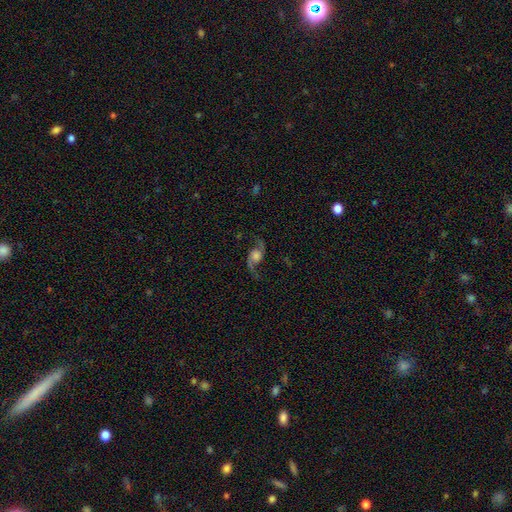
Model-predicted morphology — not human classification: This appears to be a featured or disk galaxy (86%) with no bar (72%), 2 (94%) loose (80%) spiral arms (97%) and a large central bulge (38%). Merging: none (78%).